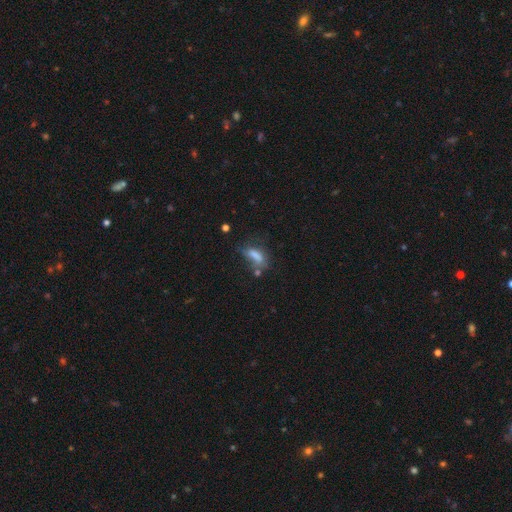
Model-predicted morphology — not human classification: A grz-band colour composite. It shows a smooth galaxy with no disk features (70%) that is in between round and cigar-shaped (68%). Merging: none (35%).